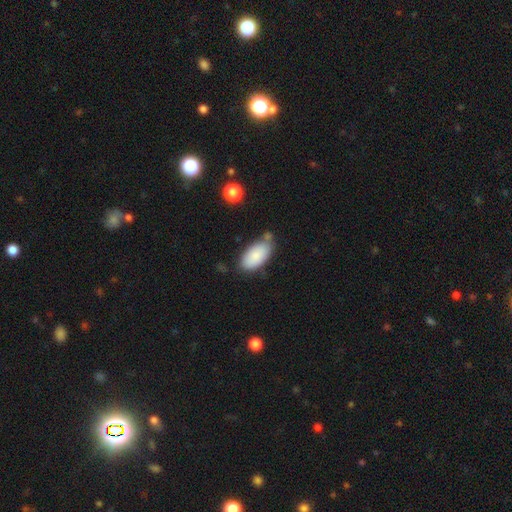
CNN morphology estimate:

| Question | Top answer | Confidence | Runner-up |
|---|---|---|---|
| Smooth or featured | smooth | 86% | featured or disk (8%) |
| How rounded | in between | 95% | cigar-shaped (3%) |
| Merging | none | 67% | minor disturbance (20%) |